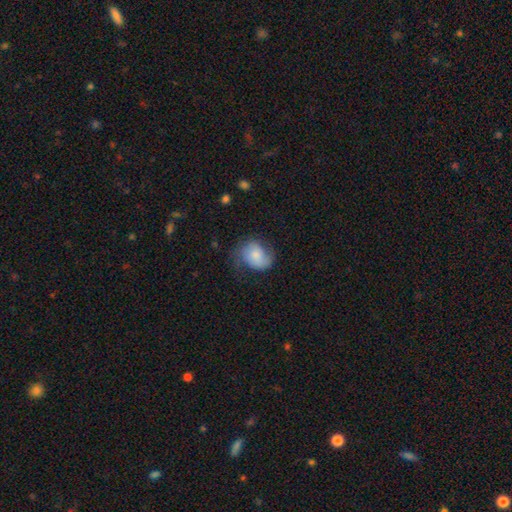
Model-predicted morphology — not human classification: This is possibly a smooth galaxy (56%). How rounded: possibly in between (57%). Merging: possibly none (49%).